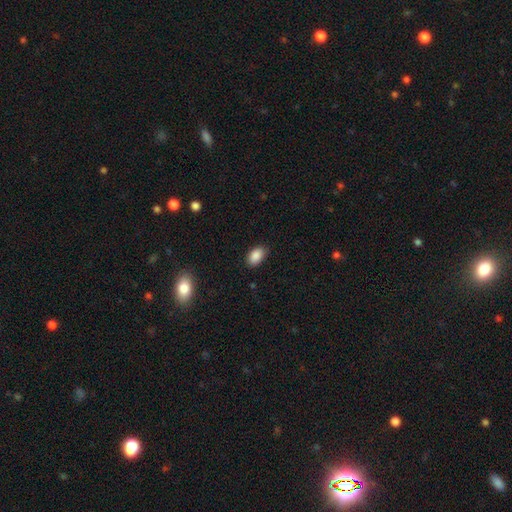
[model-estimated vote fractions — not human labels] Morphology: type=smooth (89%); roundness=in between (91%); merging=none (85%).